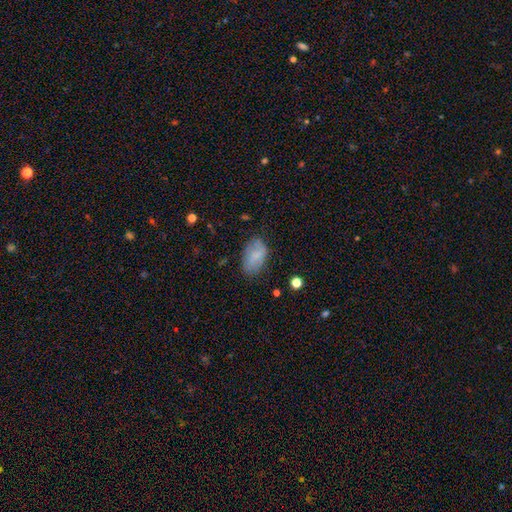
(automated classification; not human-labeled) smooth_or_featured: smooth (p=0.72) [alt: featured or disk p=0.20]
how_rounded: in between (p=0.92) [alt: round p=0.06]
merging: none (p=0.68) [alt: minor disturbance p=0.23]